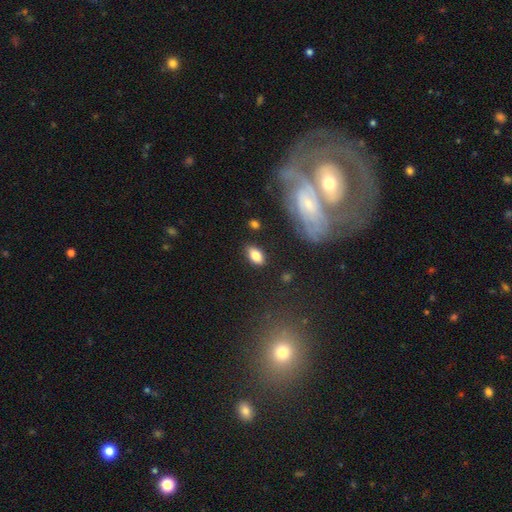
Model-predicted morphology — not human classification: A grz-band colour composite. It shows a smooth galaxy with no disk features (80%) that is in between round and cigar-shaped (91%). Merging: none (81%).